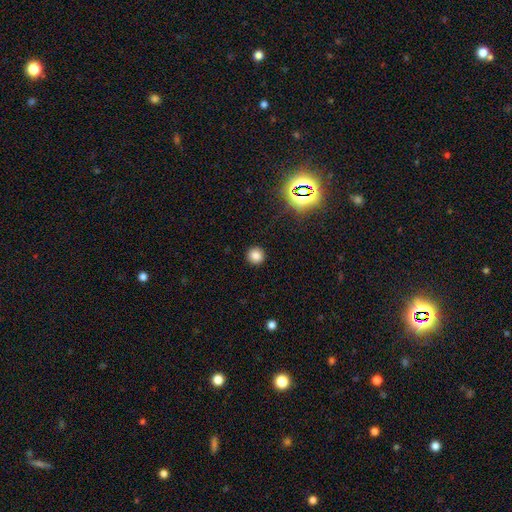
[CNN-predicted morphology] smooth_or_featured: smooth (p=0.80) [alt: star or artifact p=0.16]
how_rounded: round (p=0.94) [alt: in between p=0.05]
merging: none (p=0.92) [alt: minor disturbance p=0.05]